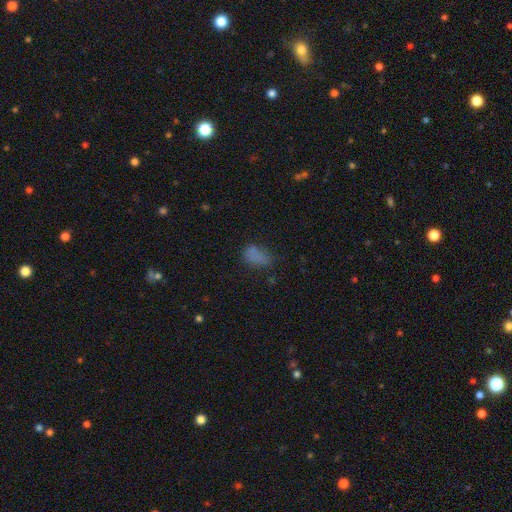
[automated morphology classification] Smooth or featured? smooth (75%)
How rounded? in between (88%)
Merging? none (52%)